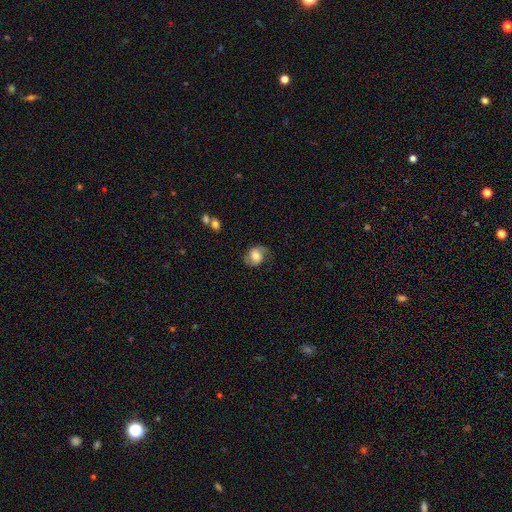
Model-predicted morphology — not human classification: Smooth or featured: featured or disk — 47% (smooth — 45%)
Merging: none — 60% (minor disturbance — 24%)